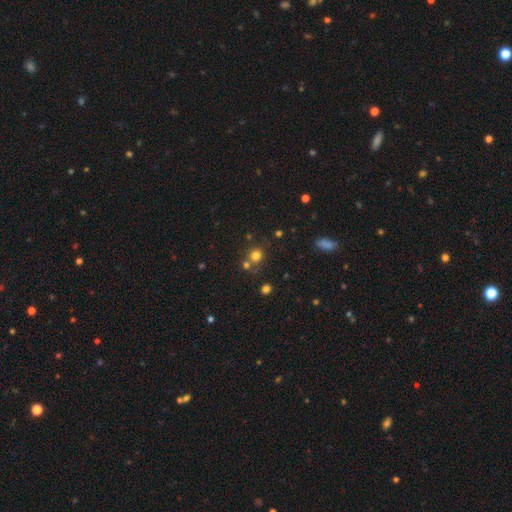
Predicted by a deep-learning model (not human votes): This appears to be a smooth galaxy with no disk features (75%) that is round (89%). Merging: none (67%).